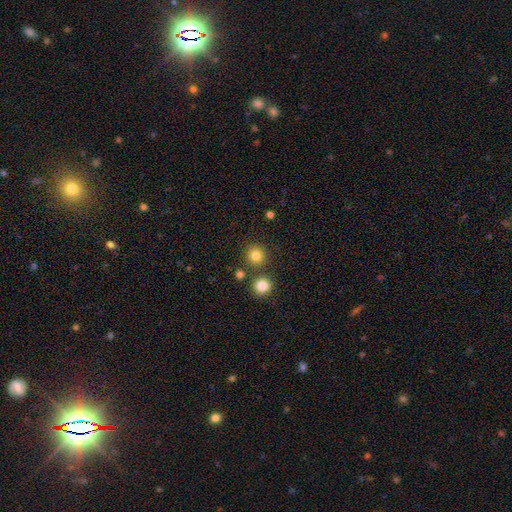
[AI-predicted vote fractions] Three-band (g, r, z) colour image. It shows a smooth galaxy with no disk features (82%) that is round (92%). Merging: none (82%).